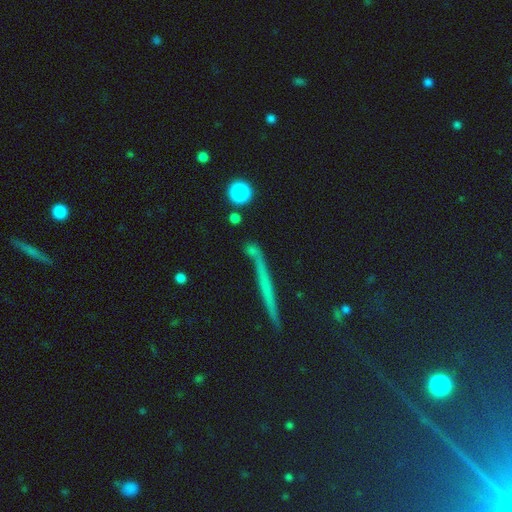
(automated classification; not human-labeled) Smooth or featured: smooth — 47% (featured or disk — 29%)
Merging: none — 75% (minor disturbance — 11%)